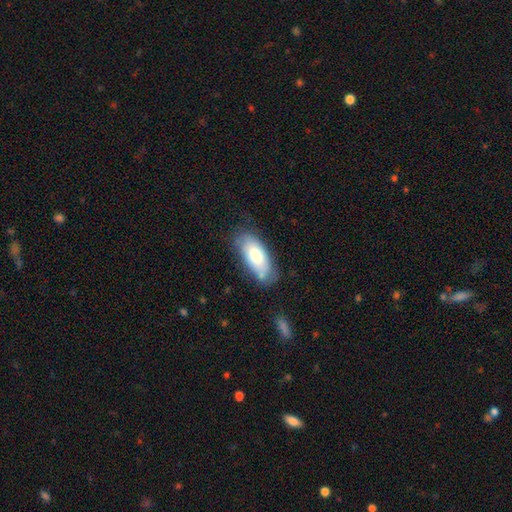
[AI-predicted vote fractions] smooth 71%, featured or disk 23%, star or artifact 6%. Down the decision tree: how rounded — in between (87%); merging — none (69%).